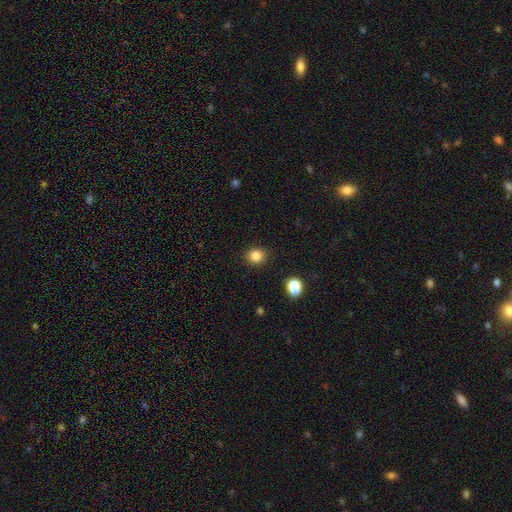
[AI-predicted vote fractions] Q: Smooth or featured?
A: smooth (84%); runner-up: star or artifact (12%)
Q: How rounded?
A: round (77%); runner-up: in between (22%)
Q: Merging?
A: none (89%); runner-up: minor disturbance (7%)